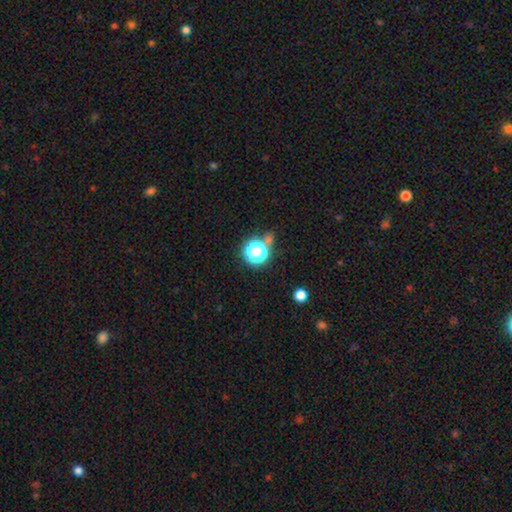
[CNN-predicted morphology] Smooth or featured?
  - star or artifact: 69% *
  - smooth: 24%
  - featured or disk: 7%